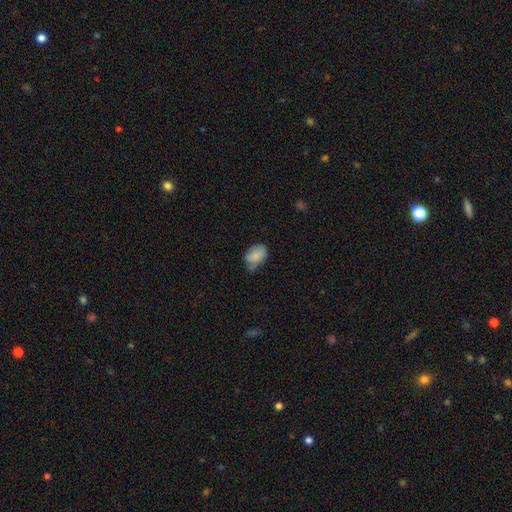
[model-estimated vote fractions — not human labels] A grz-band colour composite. It shows a smooth galaxy with no disk features (80%) that is in between round and cigar-shaped (85%). Merging: none (45%).